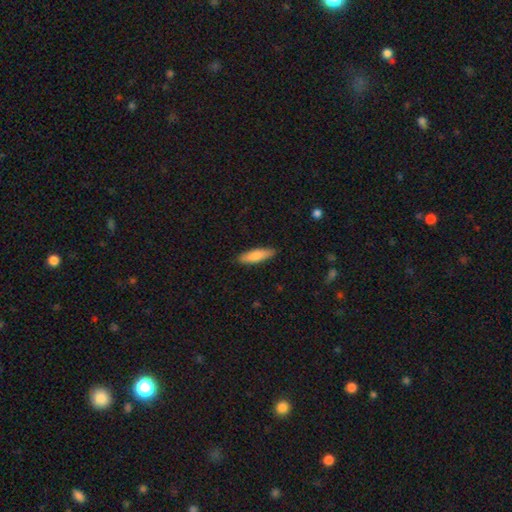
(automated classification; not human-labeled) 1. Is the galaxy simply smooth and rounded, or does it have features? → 81% smooth, 14% featured or disk, 5% star or artifact.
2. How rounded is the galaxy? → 63% cigar-shaped, 36% in between, 2% round.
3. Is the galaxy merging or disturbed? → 88% none, 9% minor disturbance, 2% major disturbance, 1% merger.